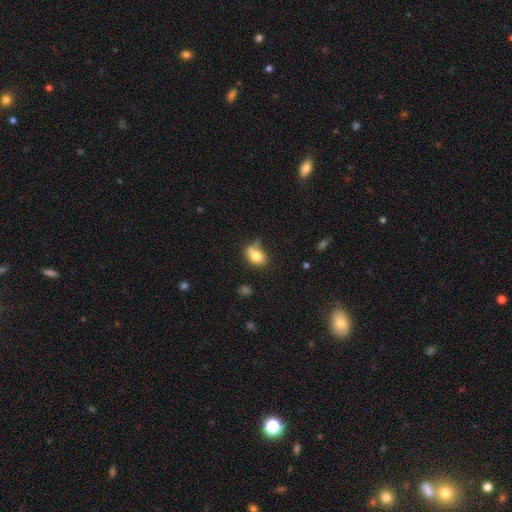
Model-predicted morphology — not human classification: A smooth galaxy with no disk features (79%) that is in between round and cigar-shaped (75%). Merging: none (49%).